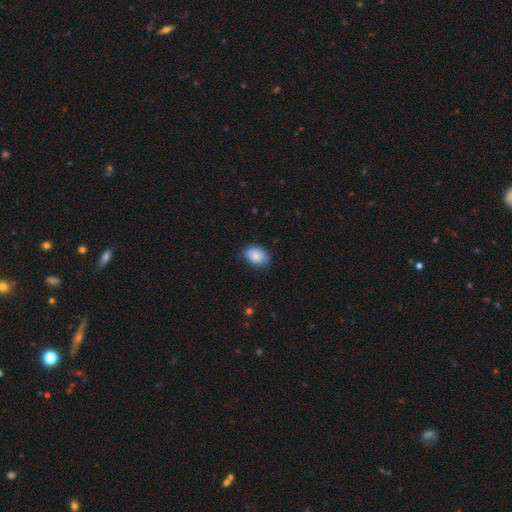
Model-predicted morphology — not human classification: type=smooth (87%); roundness=in between (75%); merging=none (73%).